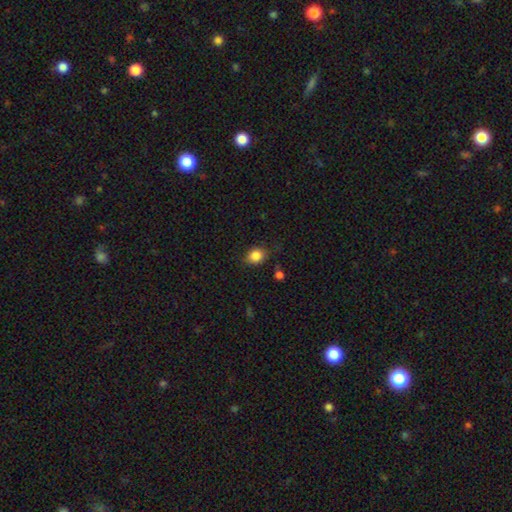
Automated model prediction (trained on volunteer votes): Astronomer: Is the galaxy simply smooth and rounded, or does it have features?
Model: smooth — 85%.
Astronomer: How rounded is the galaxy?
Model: round — 55% (runner-up: in between, 43%).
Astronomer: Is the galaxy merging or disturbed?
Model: none — 78%.